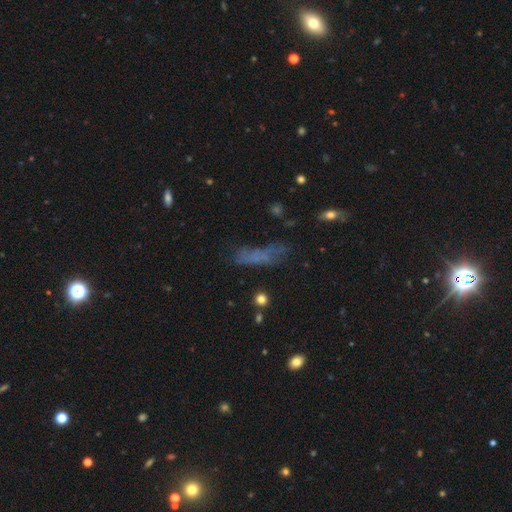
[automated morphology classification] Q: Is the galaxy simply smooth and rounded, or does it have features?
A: smooth — 57%.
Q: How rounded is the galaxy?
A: cigar-shaped — 63%.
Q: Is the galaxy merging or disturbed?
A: none — 55%.